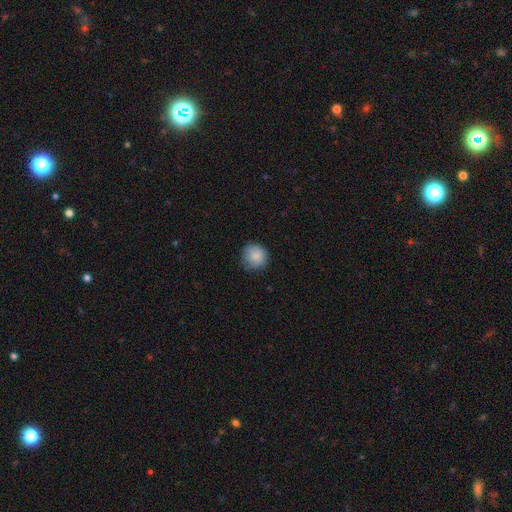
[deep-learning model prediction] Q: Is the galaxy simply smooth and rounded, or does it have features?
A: smooth — 86%.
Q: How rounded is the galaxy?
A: round — 91%.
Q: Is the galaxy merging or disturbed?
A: none — 75%.